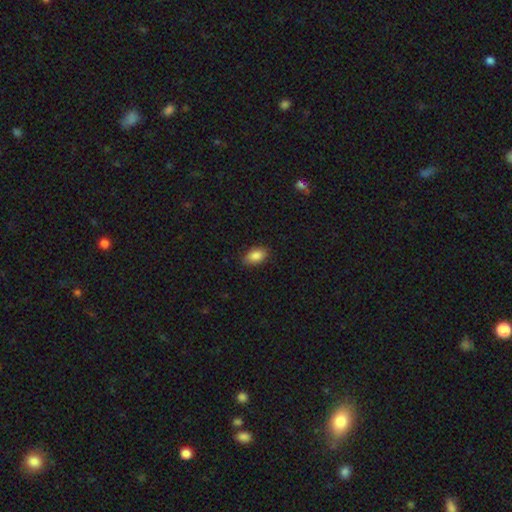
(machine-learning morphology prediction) type=smooth (86%); roundness=in between (91%); merging=none (85%).